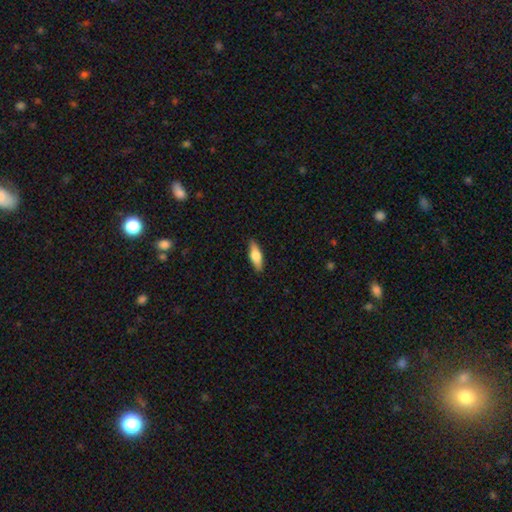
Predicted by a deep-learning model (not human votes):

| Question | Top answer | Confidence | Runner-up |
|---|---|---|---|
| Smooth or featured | smooth | 59% | featured or disk (35%) |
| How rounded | in between | 50% | cigar-shaped (48%) |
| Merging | none | 89% | minor disturbance (8%) |